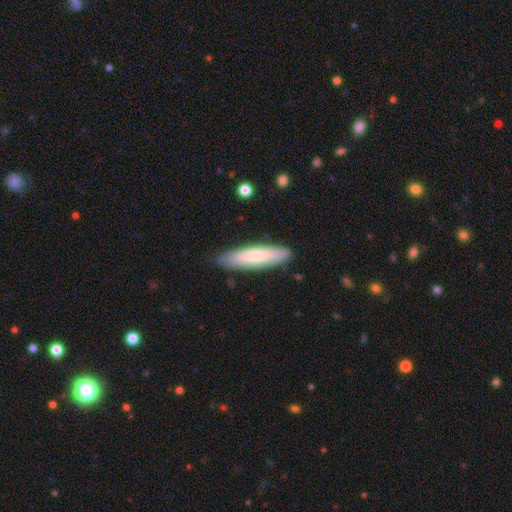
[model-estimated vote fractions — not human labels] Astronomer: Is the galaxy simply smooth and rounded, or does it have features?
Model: smooth — 74%.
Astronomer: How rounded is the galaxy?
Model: cigar-shaped — 76%.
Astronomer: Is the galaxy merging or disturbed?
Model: none — 85%.